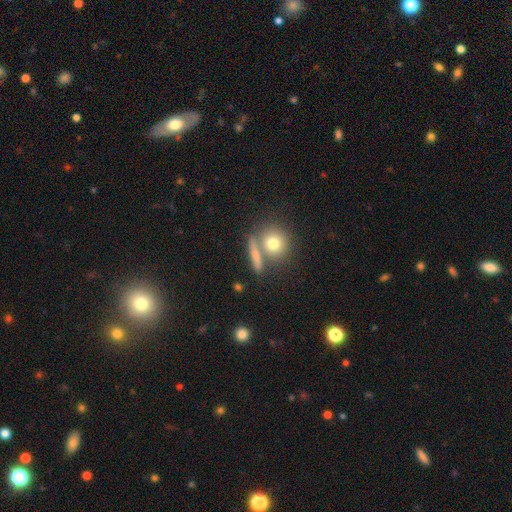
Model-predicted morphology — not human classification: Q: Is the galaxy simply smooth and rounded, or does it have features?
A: smooth — 69%.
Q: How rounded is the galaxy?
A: round — 43%.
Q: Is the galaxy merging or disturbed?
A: none — 62%.